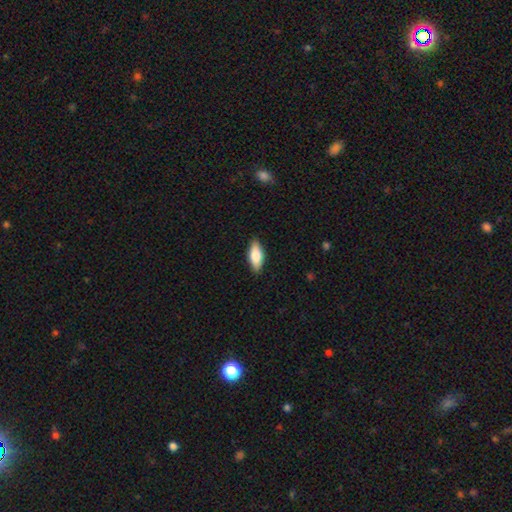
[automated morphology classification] Smooth or featured: smooth — 72% (featured or disk — 22%)
How rounded: in between — 76% (cigar-shaped — 21%)
Merging: none — 88% (minor disturbance — 9%)